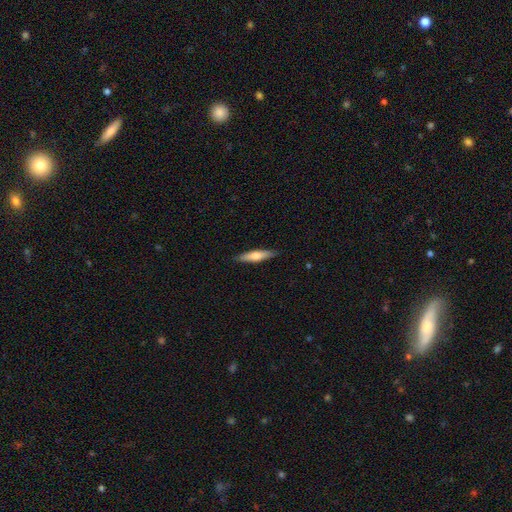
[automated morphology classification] A smooth galaxy with no disk features (58%) that is cigar-shaped (80%).

Vote fractions:
- Smooth or featured? smooth: 58% / featured or disk: 36% / star or artifact: 6%
- How rounded? cigar-shaped: 80% / in between: 18% / round: 2%
- Merging? none: 89% / minor disturbance: 8% / major disturbance: 2% / merger: 1%